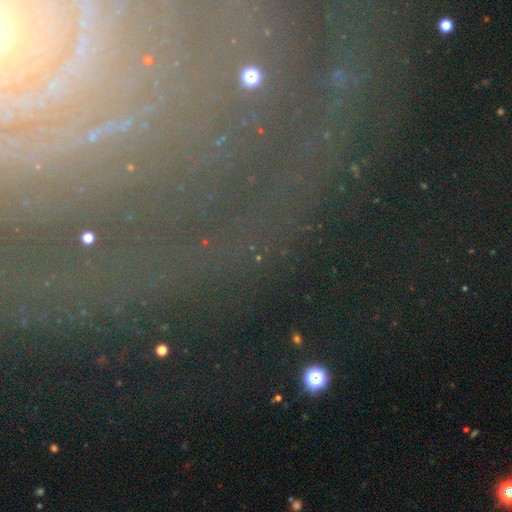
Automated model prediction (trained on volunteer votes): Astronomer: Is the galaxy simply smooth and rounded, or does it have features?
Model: star or artifact — 44% (runner-up: featured or disk, 40%).